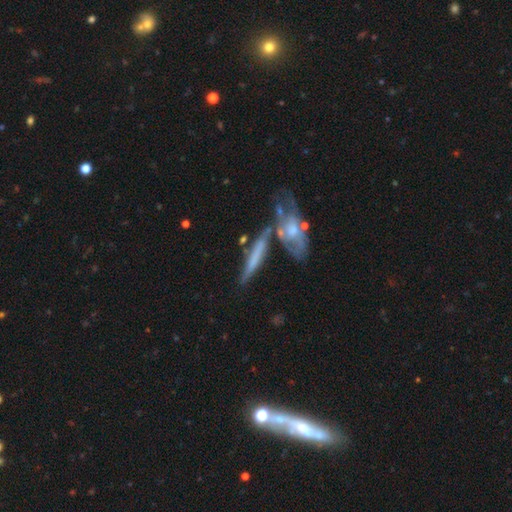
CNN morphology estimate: A featured or disk galaxy (52%) viewed edge-on (72%). Merging: none (49%).